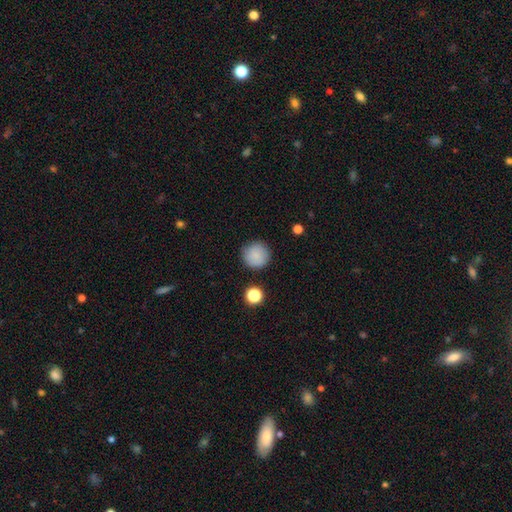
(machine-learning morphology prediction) type=smooth (85%); roundness=round (95%); merging=none (88%).